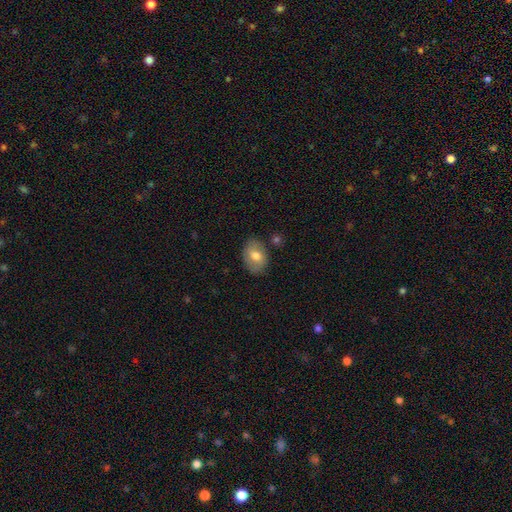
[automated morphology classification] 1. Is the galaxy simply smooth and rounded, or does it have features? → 69% smooth, 24% featured or disk, 7% star or artifact.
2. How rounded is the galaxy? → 78% in between, 21% round, 1% cigar-shaped.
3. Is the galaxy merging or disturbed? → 80% none, 14% minor disturbance, 3% major disturbance, 3% merger.